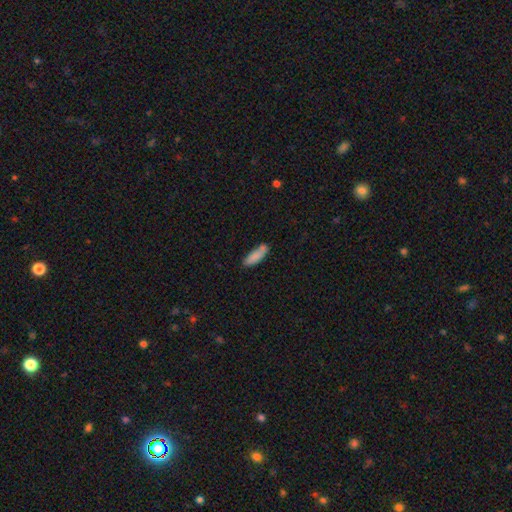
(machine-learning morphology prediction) Overall: smooth (84%). How rounded: in between (50%; cigar-shaped 48%). Merging: none (66%).